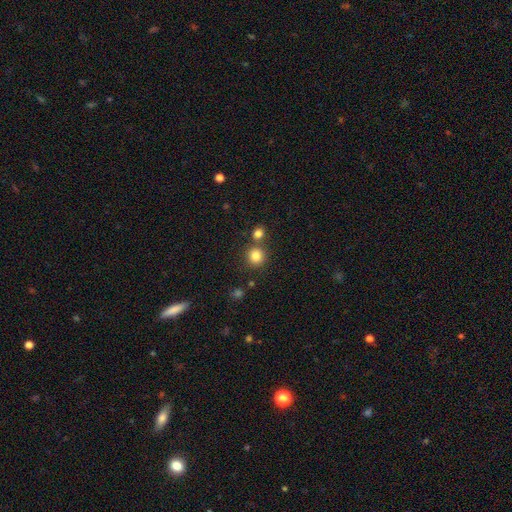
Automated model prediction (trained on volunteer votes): This appears to be a smooth galaxy with no disk features (83%) that is round (89%). Merging: none (72%).